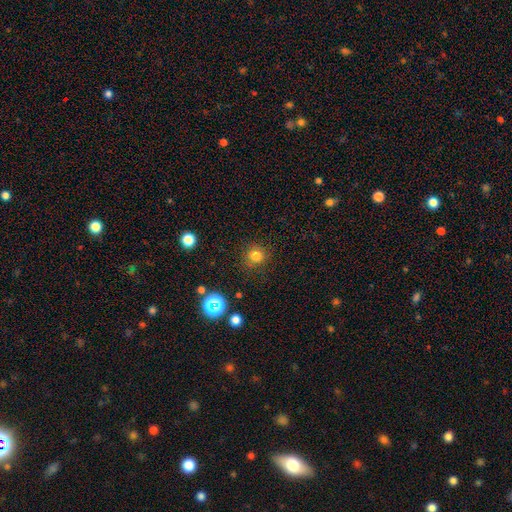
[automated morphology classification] Q: Smooth or featured?
A: smooth (79%); runner-up: star or artifact (15%)
Q: How rounded?
A: round (87%); runner-up: in between (12%)
Q: Merging?
A: none (85%); runner-up: minor disturbance (10%)